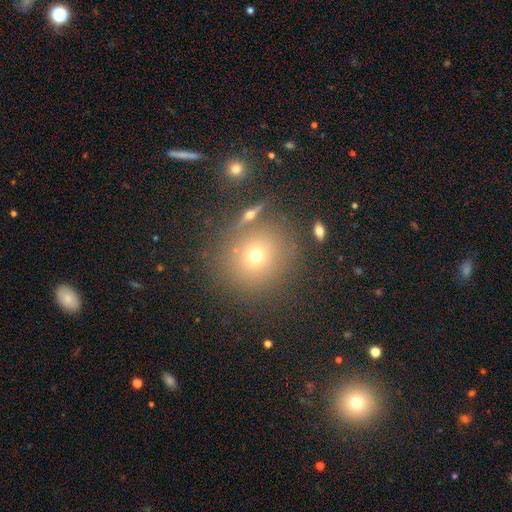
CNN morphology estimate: Smooth or featured? Predicted: smooth (p=0.66). How rounded? Predicted: round (p=0.88). Merging? Predicted: none (p=0.79).